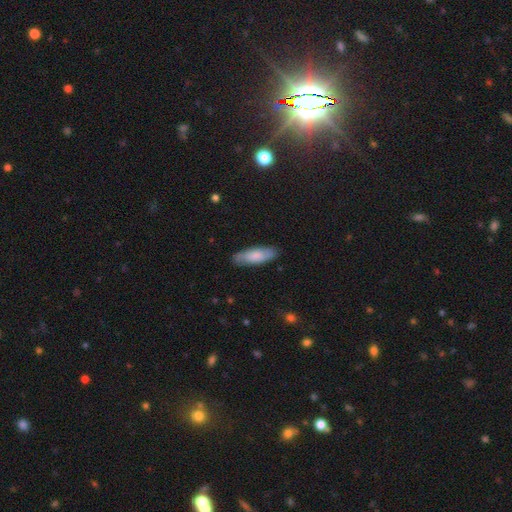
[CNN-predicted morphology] This appears to be a smooth galaxy with no disk features (74%) that is in between round and cigar-shaped (57%). Merging: none (83%).